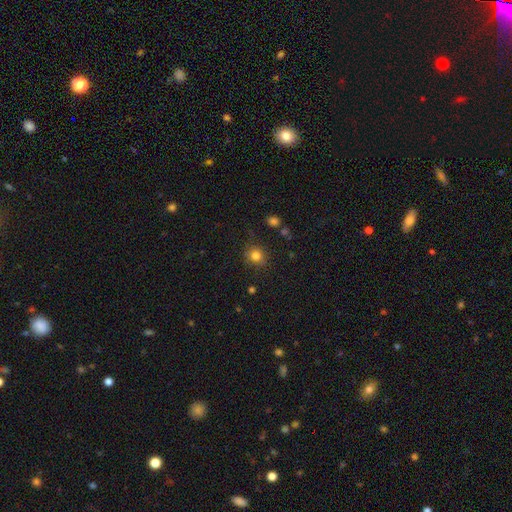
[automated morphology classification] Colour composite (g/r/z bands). It shows a smooth galaxy with no disk features (81%) that is round (84%). Merging: none (81%).